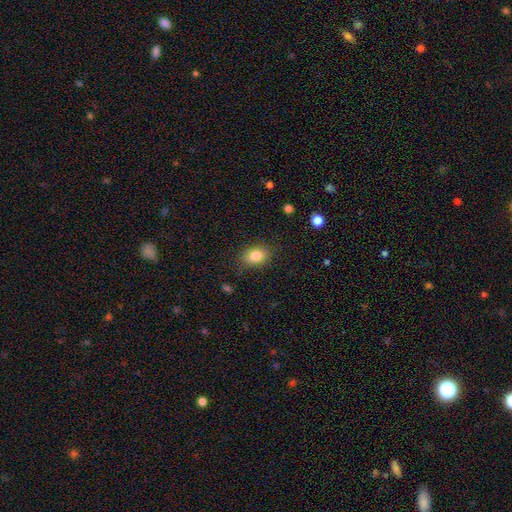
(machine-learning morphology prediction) smooth-or-featured: smooth: 82% | star or artifact: 9% | featured or disk: 9%
  how-rounded: in between: 74% | round: 24% | cigar-shaped: 1%
  merging: none: 83% | minor disturbance: 12% | major disturbance: 3% | merger: 1%